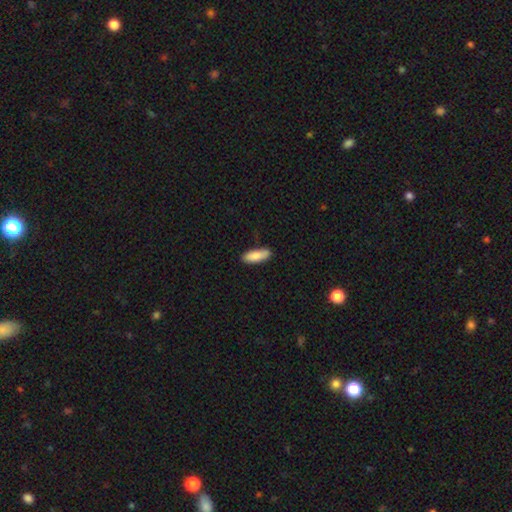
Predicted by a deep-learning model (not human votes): Q: Smooth or featured?
A: smooth (84%); runner-up: featured or disk (10%)
Q: How rounded?
A: in between (65%); runner-up: cigar-shaped (33%)
Q: Merging?
A: none (74%); runner-up: minor disturbance (20%)